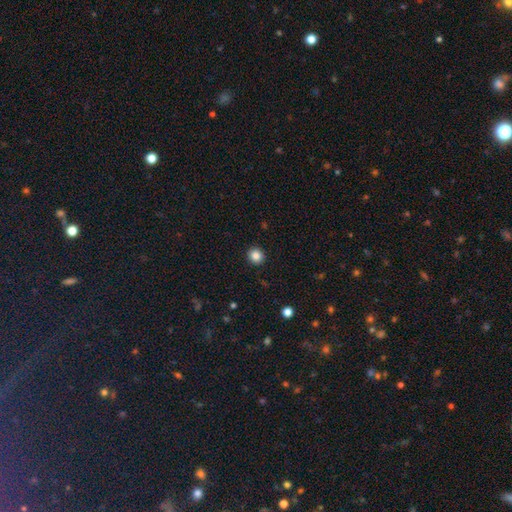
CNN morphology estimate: A smooth galaxy with no disk features (85%) that is round (91%). Merging: none (92%).